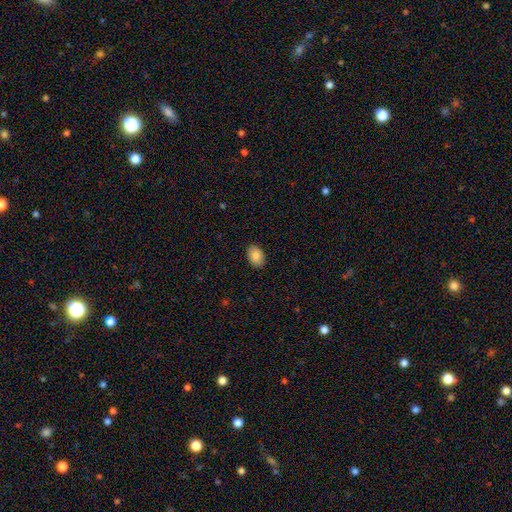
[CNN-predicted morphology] Overall: smooth (87%). How rounded: in between (86%). Merging: none (89%).